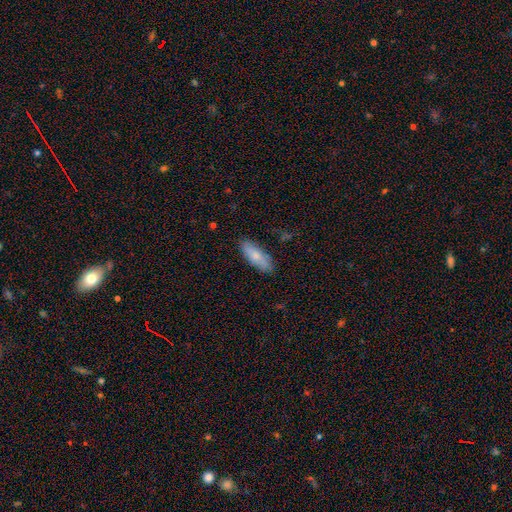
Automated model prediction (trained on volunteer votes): A smooth galaxy with no disk features (74%) that is in between round and cigar-shaped (67%). Merging: none (85%).